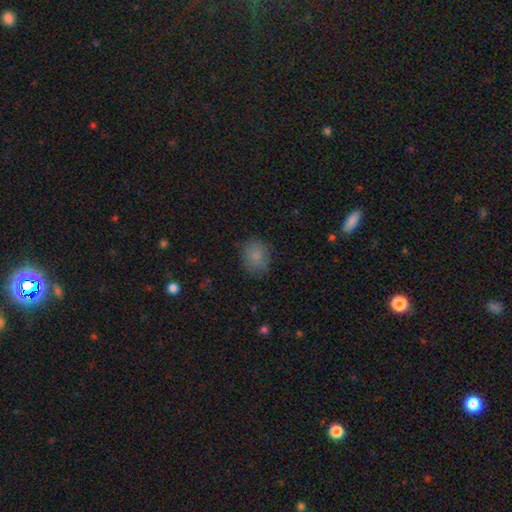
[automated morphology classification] This appears to be a smooth galaxy with no disk features (83%) that is round (64%). Merging: none (79%).